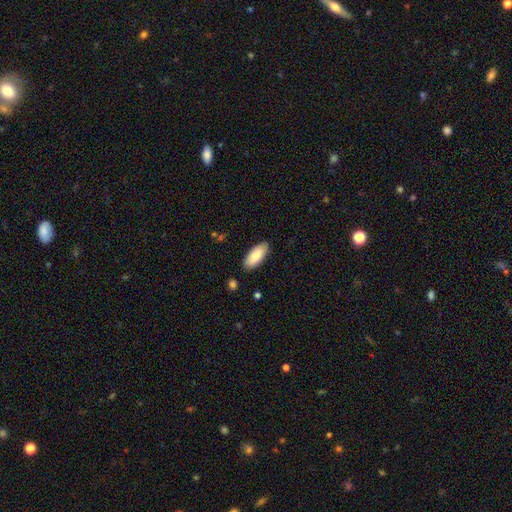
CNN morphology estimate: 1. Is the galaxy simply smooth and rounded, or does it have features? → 81% smooth, 13% featured or disk, 6% star or artifact.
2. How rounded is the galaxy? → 88% in between, 11% cigar-shaped, 2% round.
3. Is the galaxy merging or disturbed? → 87% none, 10% minor disturbance, 2% major disturbance, 1% merger.